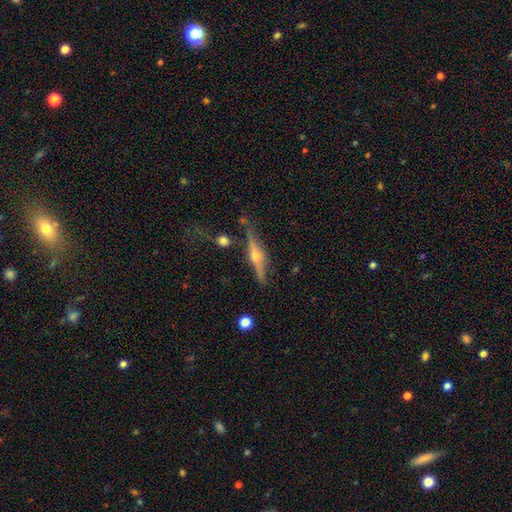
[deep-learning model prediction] Morphology: type=featured or disk (81%); edge-on=yes (97%); edge-on bulge=rounded (92%); merging=none (80%).